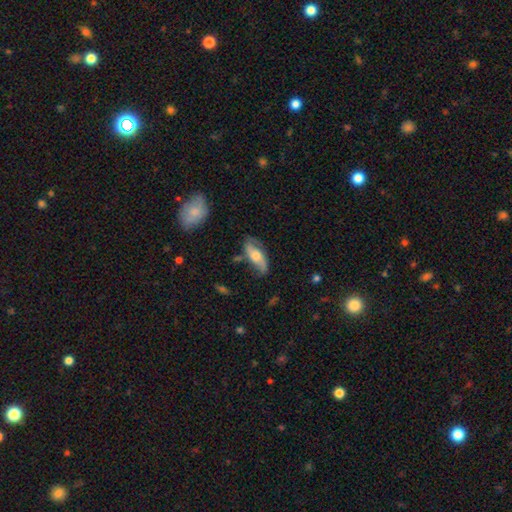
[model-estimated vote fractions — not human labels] Q: Smooth or featured?
A: featured or disk (54%); runner-up: smooth (39%)
Q: Edge-on disk?
A: no (81%); runner-up: yes (19%)
Q: Merging?
A: none (61%); runner-up: minor disturbance (25%)